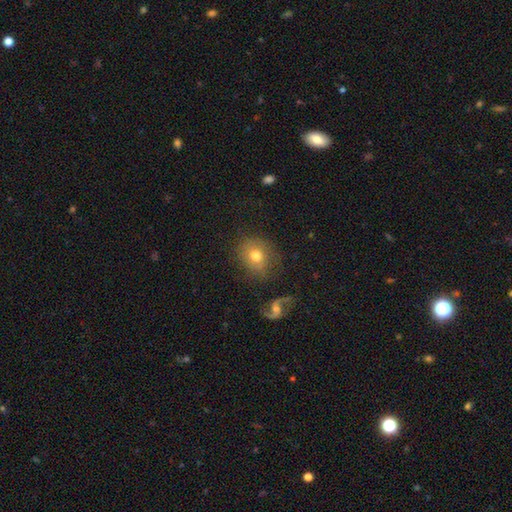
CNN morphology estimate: Overall: smooth (65%). How rounded: round (69%; in between 30%). Merging: none (73%).